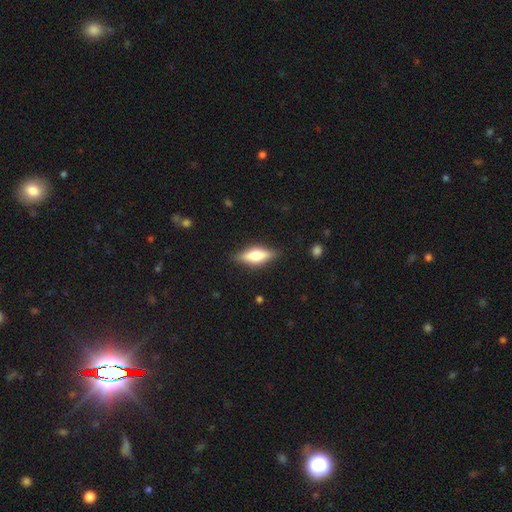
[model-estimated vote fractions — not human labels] This appears to be a smooth galaxy with no disk features (49%). Merging: none (85%).